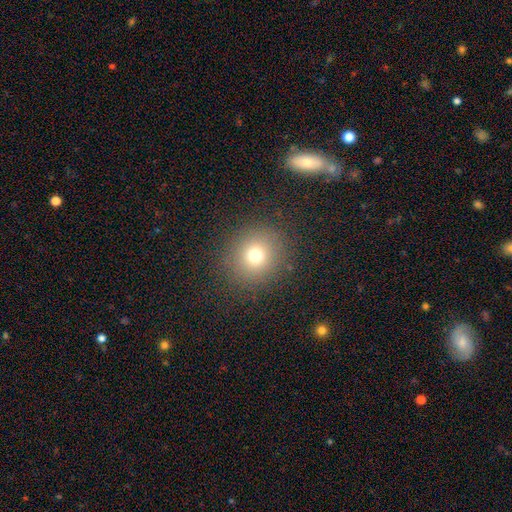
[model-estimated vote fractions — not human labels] smooth 73%, star or artifact 17%, featured or disk 10%. Down the decision tree: how rounded — round (87%); merging — none (88%).